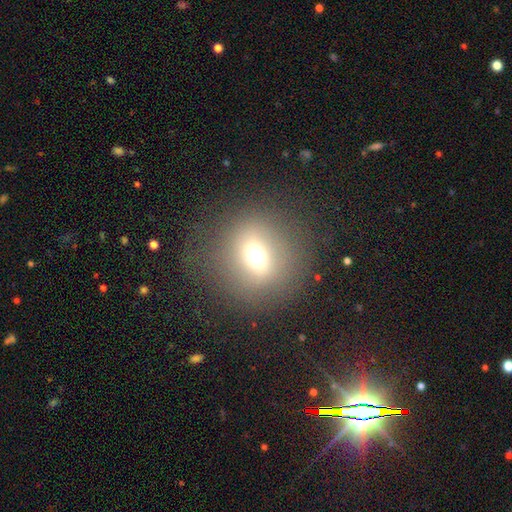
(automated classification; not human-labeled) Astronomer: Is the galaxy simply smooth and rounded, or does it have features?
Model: smooth — 60%.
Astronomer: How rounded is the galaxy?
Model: round — 81%.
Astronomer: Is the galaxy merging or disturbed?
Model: none — 75%.